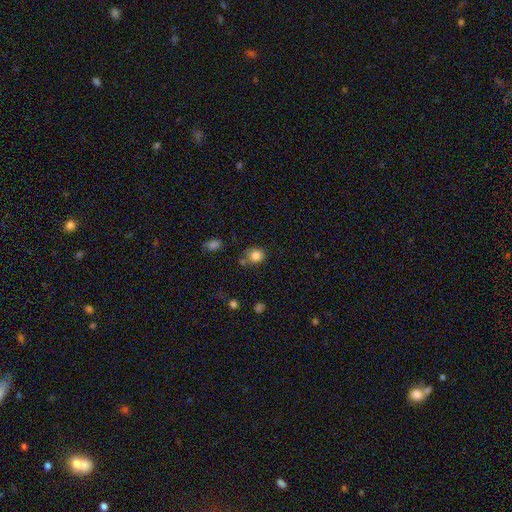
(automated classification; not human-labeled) Overall: smooth (82%). How rounded: round (69%; in between 30%). Merging: none (63%).